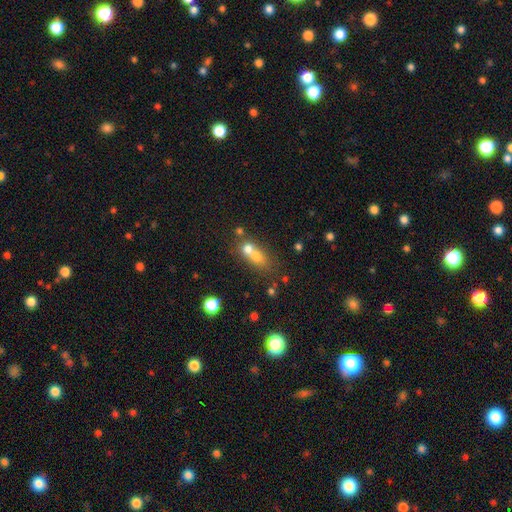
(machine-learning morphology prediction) This is likely a smooth galaxy (64%). How rounded: possibly round (48%). Merging: likely merger (62%).